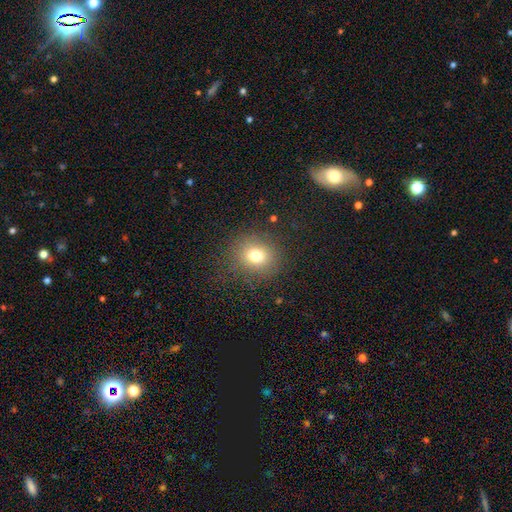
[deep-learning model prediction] This appears to be a smooth galaxy with no disk features (75%) that is round (79%). Merging: none (85%).